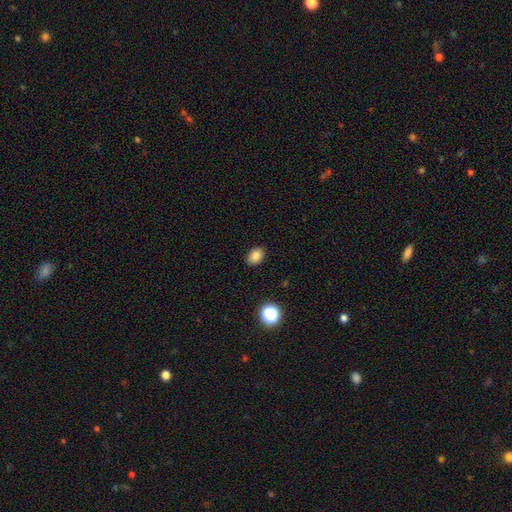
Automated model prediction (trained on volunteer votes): This appears to be a smooth galaxy with no disk features (84%) that is in between round and cigar-shaped (74%). Merging: none (89%).